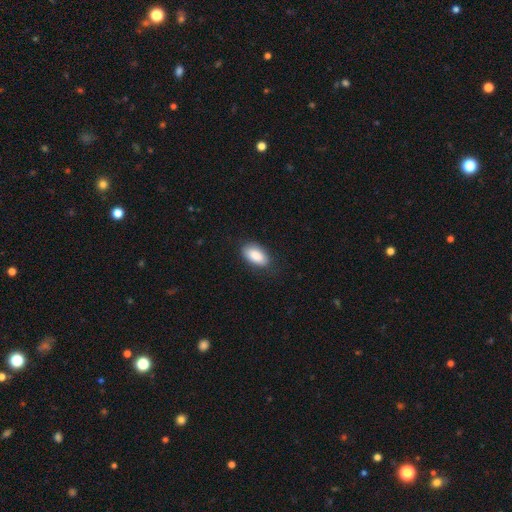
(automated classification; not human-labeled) smooth-or-featured: smooth: 88% | star or artifact: 6% | featured or disk: 6%
  how-rounded: in between: 94% | round: 3% | cigar-shaped: 3%
  merging: none: 79% | minor disturbance: 16% | major disturbance: 4% | merger: 1%